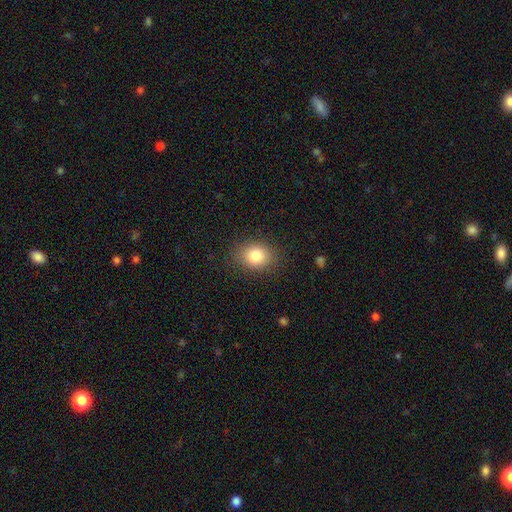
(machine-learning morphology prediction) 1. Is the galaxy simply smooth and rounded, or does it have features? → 83% smooth, 9% star or artifact, 7% featured or disk.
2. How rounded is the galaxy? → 50% round, 49% in between, 1% cigar-shaped.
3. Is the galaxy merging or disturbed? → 85% none, 10% minor disturbance, 3% major disturbance, 1% merger.